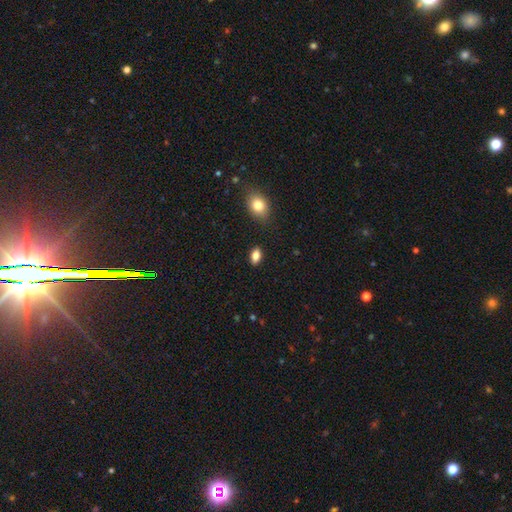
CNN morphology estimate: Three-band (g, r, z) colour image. It shows a smooth galaxy with no disk features (83%) that is in between round and cigar-shaped (87%). Merging: none (86%).